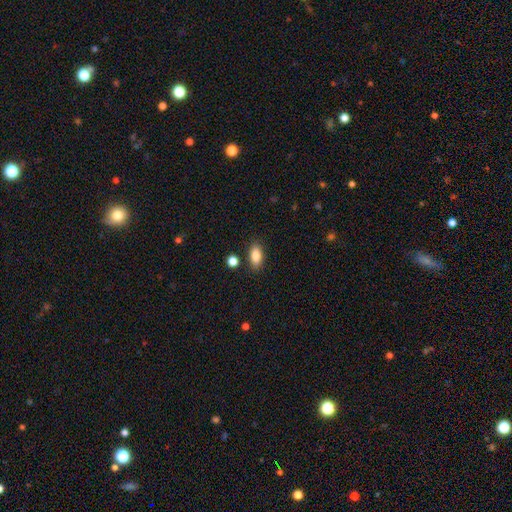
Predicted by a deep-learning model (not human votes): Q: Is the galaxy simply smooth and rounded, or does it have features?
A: smooth — 86%.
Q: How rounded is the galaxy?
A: in between — 88%.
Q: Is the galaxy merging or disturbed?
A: none — 84%.